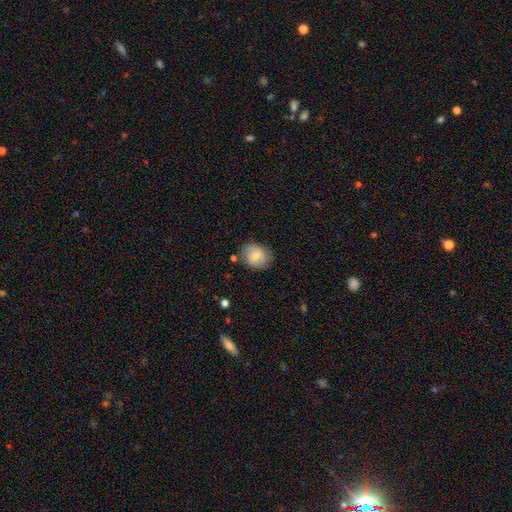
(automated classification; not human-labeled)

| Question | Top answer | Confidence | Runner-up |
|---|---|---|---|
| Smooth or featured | smooth | 59% | featured or disk (33%) |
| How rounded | round | 57% | in between (42%) |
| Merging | none | 72% | minor disturbance (19%) |